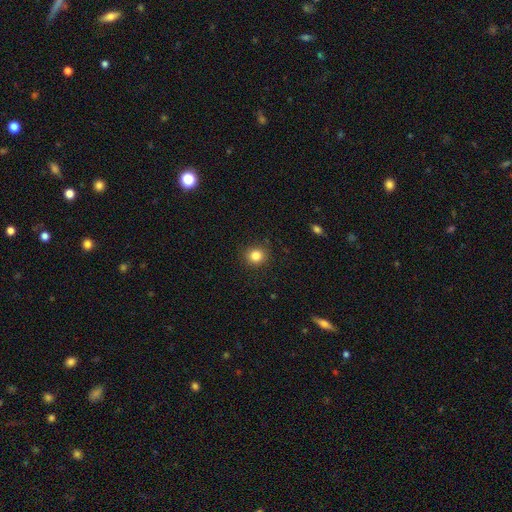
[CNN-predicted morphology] smooth_or_featured: smooth (p=0.84) [alt: star or artifact p=0.11]
how_rounded: round (p=0.85) [alt: in between p=0.14]
merging: none (p=0.88) [alt: minor disturbance p=0.08]